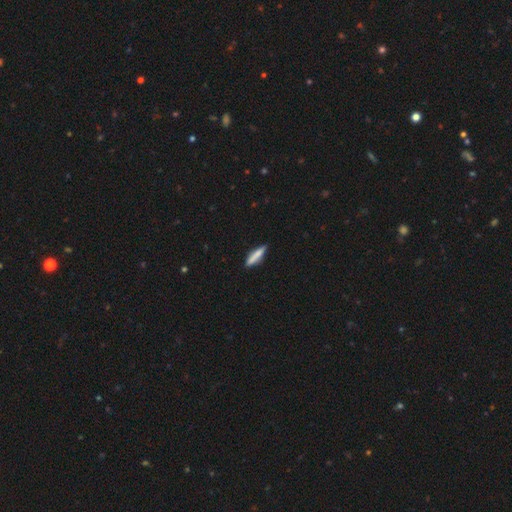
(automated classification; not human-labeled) This is likely a smooth galaxy (78%). How rounded: clearly cigar-shaped (85%). Merging: clearly none (87%).